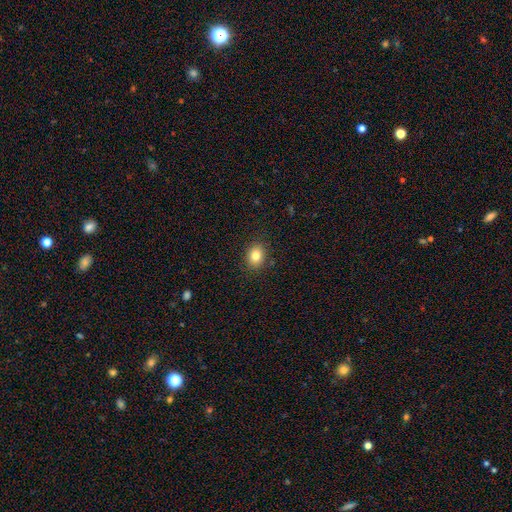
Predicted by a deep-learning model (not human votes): This is clearly a smooth galaxy (82%). How rounded: possibly round (52%). Merging: clearly none (88%).